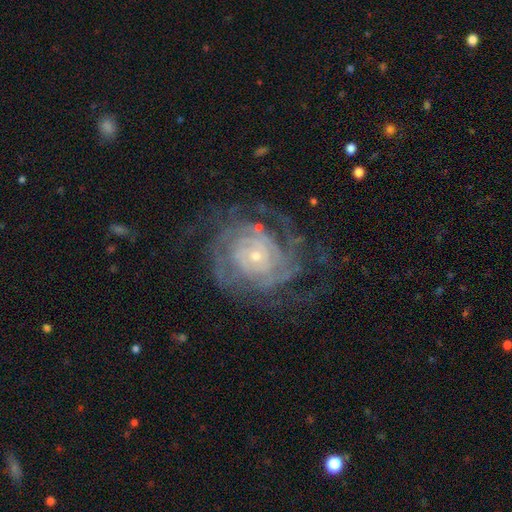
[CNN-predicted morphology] Smooth or featured?
  - featured or disk: 86% *
  - smooth: 7%
  - star or artifact: 6%
Edge-on disk?
  - no: 97% *
  - yes: 3%
Bar?
  - no: 77% *
  - weak: 18%
  - strong: 5%
Spiral arms?
  - yes: 93% *
  - no: 7%
Spiral winding?
  - tight: 74% *
  - medium: 20%
  - loose: 6%
Spiral arm count?
  - can't tell: 41% *
  - 2: 16%
  - 4: 14%
  - 3: 12%
  - more than 4: 10%
  - 1: 6%
Bulge size?
  - small: 75% *
  - moderate: 20%
  - large: 2%
  - none: 2%
  - dominant: 1%
Merging?
  - none: 65% *
  - minor disturbance: 17%
  - major disturbance: 17%
  - merger: 1%